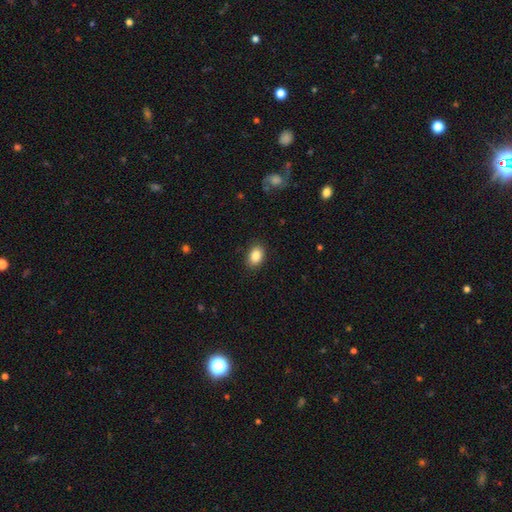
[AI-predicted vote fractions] Morphology: type=smooth (87%); roundness=in between (81%); merging=none (88%).